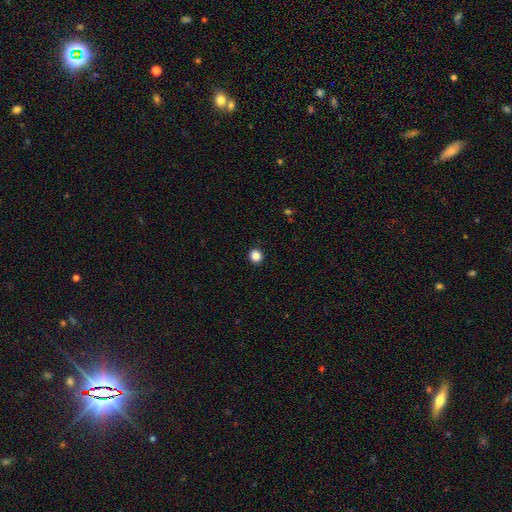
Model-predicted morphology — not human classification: This is clearly a smooth galaxy (85%). How rounded: clearly round (94%). Merging: clearly none (94%).